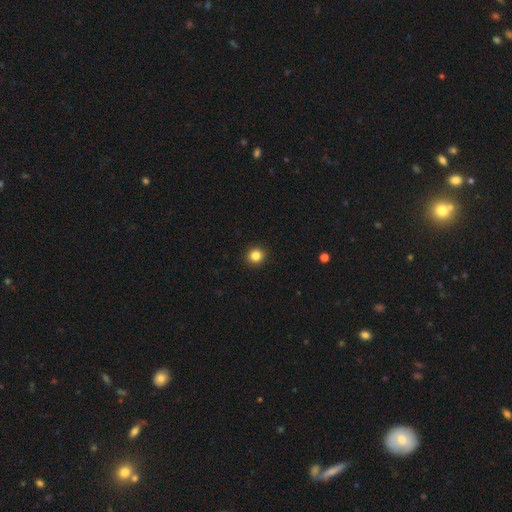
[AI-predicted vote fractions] This is clearly a smooth galaxy (84%). How rounded: clearly round (93%). Merging: clearly none (94%).